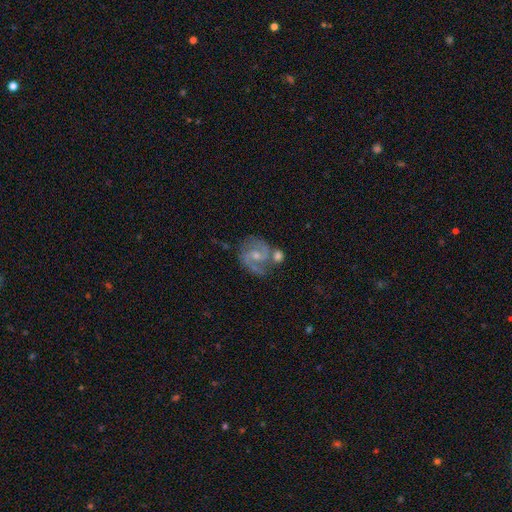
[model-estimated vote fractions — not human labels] Smooth or featured? Predicted: featured or disk (p=0.85). Edge-on disk? Predicted: no (p=0.98). Bar? Predicted: weak (p=0.47). Spiral arms? Predicted: yes (p=0.96). Spiral winding? Predicted: medium (p=0.58). Spiral arm count? Predicted: 2 (p=0.88). Bulge size? Predicted: moderate (p=0.47). Merging? Predicted: none (p=0.56).